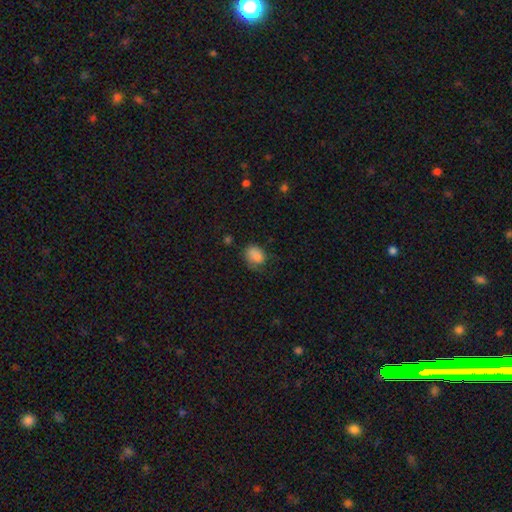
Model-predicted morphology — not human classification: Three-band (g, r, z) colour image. It shows a smooth galaxy with no disk features (83%) that is in between round and cigar-shaped (62%). Merging: none (52%).